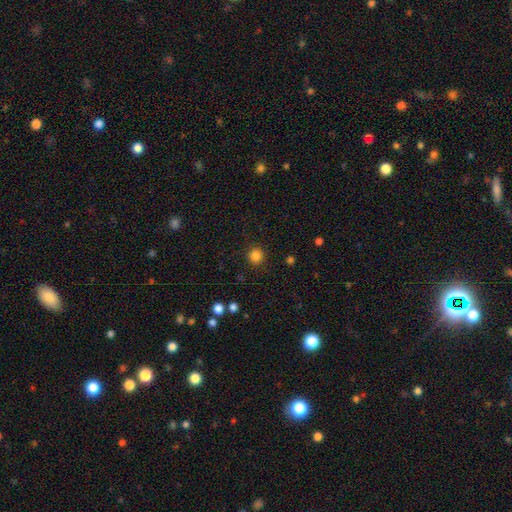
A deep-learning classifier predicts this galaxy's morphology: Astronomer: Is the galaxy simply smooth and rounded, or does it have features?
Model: smooth — 84%.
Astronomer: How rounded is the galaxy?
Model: round — 93%.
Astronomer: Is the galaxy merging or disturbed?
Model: none — 91%.